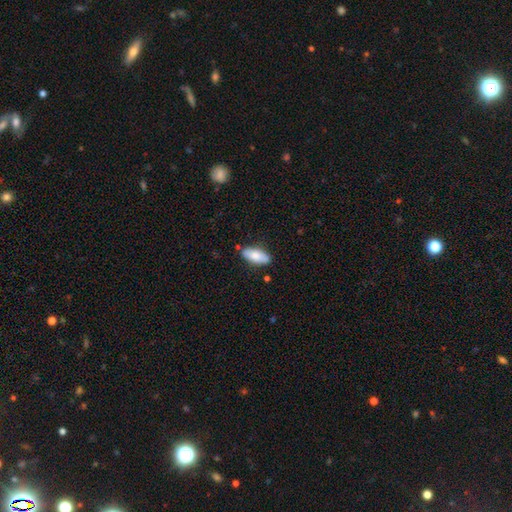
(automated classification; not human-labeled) Morphology: type=smooth (80%); roundness=in between (81%); merging=none (81%).